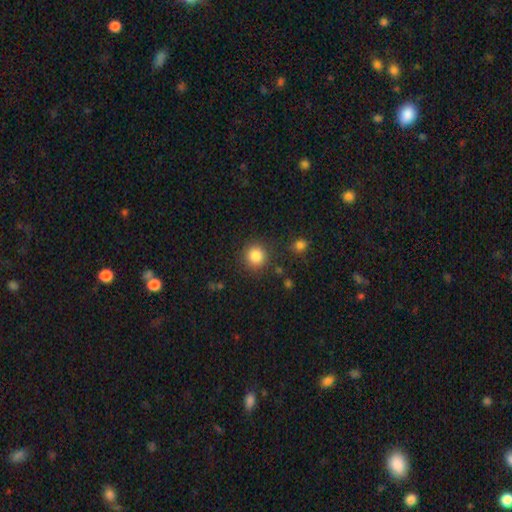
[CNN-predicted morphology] A smooth galaxy with no disk features (85%) that is round (91%). Merging: none (85%).